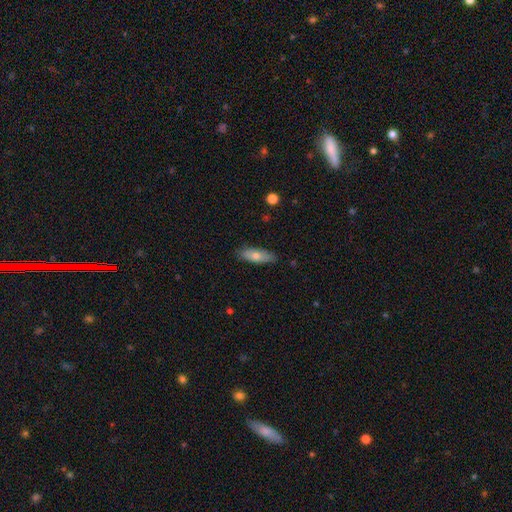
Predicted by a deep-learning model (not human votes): Morphology: type=smooth (71%); roundness=in between (58%); merging=none (83%).